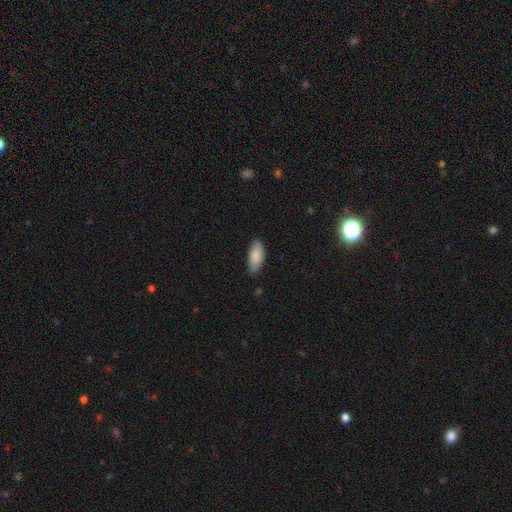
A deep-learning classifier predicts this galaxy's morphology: Smooth or featured? smooth (83%)
How rounded? in between (88%)
Merging? none (78%)